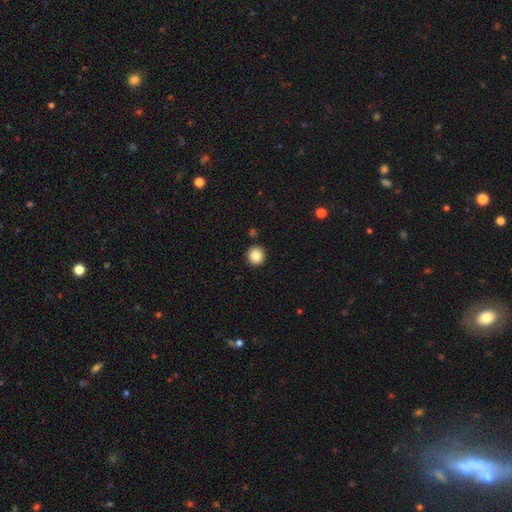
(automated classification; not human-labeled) A smooth galaxy with no disk features (84%) that is round (92%). Merging: none (92%).